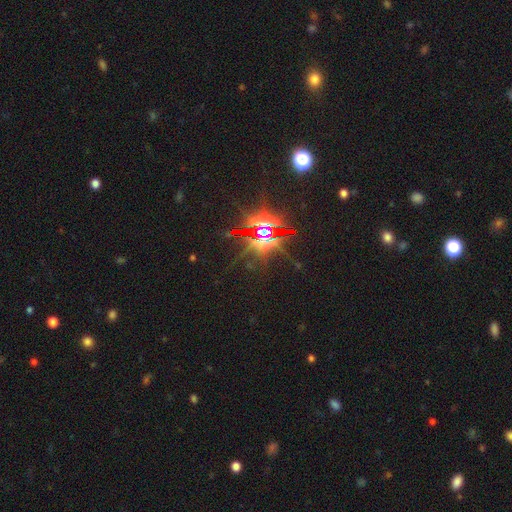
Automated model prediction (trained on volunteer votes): smooth-or-featured: star or artifact: 83% | smooth: 9% | featured or disk: 8%